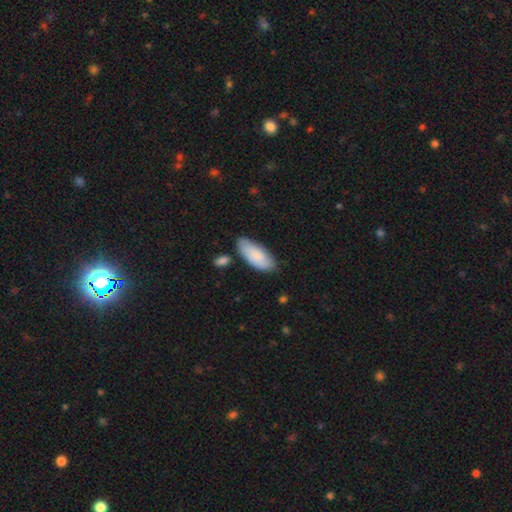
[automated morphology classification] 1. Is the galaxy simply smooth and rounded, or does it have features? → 84% smooth, 11% featured or disk, 5% star or artifact.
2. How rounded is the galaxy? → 87% in between, 11% cigar-shaped, 2% round.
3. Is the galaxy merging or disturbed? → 74% none, 17% minor disturbance, 5% merger, 3% major disturbance.